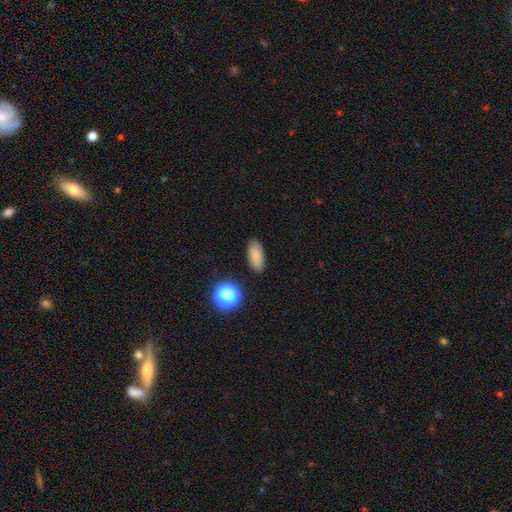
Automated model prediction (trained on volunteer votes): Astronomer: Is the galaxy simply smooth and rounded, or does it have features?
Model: smooth — 84%.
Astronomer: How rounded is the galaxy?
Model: in between — 83%.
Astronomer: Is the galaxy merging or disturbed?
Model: none — 86%.